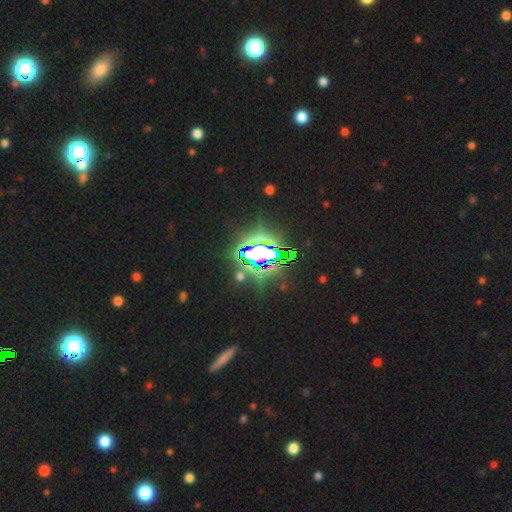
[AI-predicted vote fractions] Overall: star or artifact (82%).